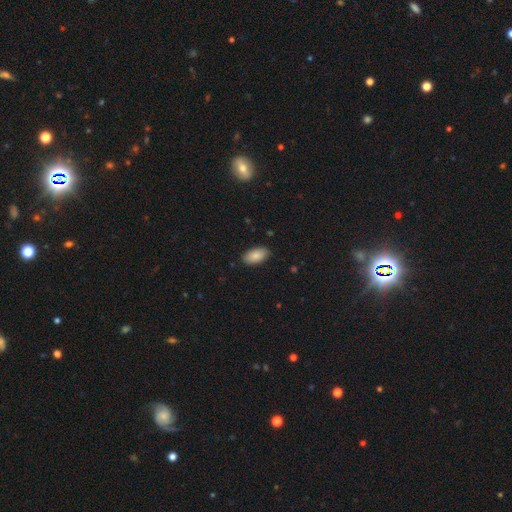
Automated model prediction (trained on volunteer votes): Smooth or featured?
  - smooth: 87% *
  - star or artifact: 7%
  - featured or disk: 7%
How rounded?
  - in between: 95% *
  - cigar-shaped: 3%
  - round: 2%
Merging?
  - none: 87% *
  - minor disturbance: 10%
  - major disturbance: 2%
  - merger: 1%